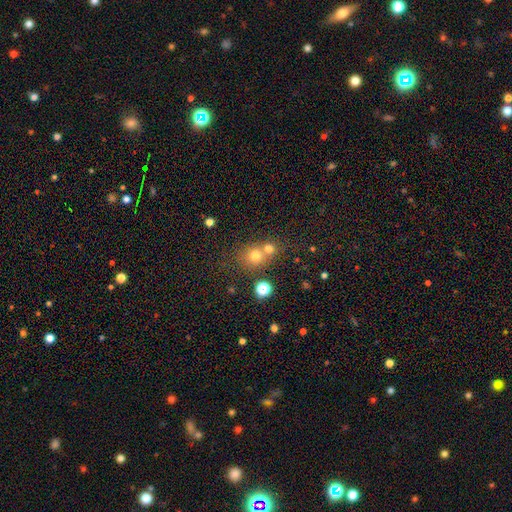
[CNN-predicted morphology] Overall: smooth (71%). How rounded: round (82%). Merging: none (48%; merger 42%).